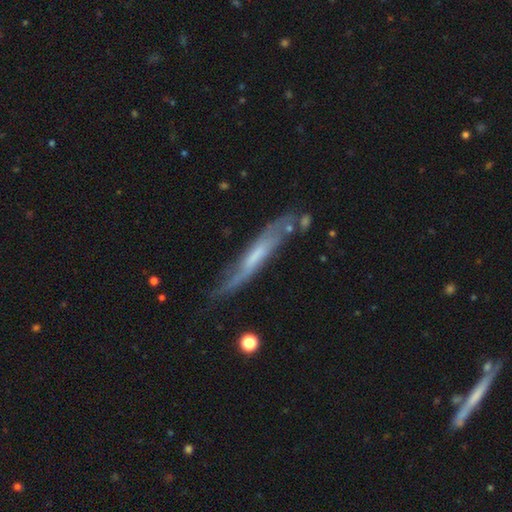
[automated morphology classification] Overall: featured or disk (64%; smooth 29%). Edge-on disk: yes (65%; no 35%). Merging: none (60%; minor disturbance 26%).